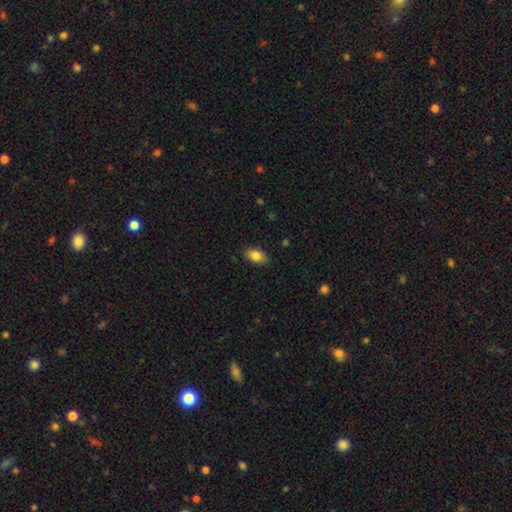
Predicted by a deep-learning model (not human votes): smooth 84%, featured or disk 8%, star or artifact 8%. Down the decision tree: how rounded — in between (90%); merging — none (87%).